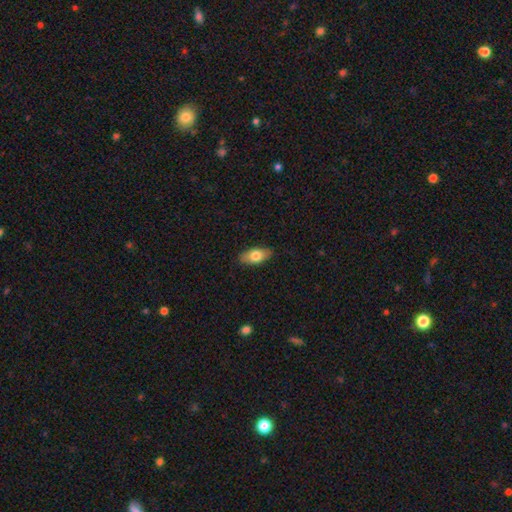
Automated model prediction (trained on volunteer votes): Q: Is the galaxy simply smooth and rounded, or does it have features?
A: smooth — 74%.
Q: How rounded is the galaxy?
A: in between — 88%.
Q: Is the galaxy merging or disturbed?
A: none — 86%.